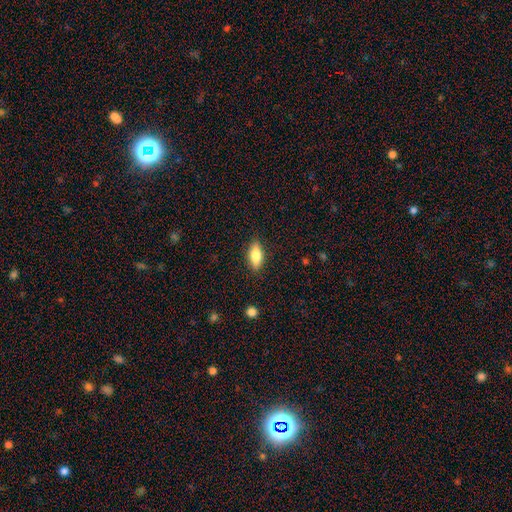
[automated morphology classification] smooth 75%, featured or disk 18%, star or artifact 7%. Down the decision tree: how rounded — in between (78%); merging — none (86%).